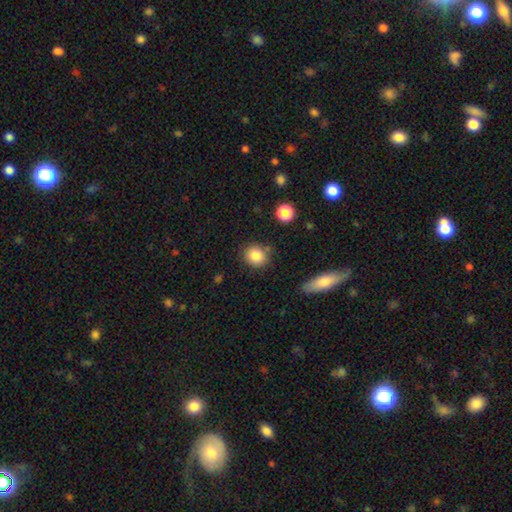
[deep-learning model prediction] A smooth galaxy with no disk features (84%) that is round (77%). Merging: none (80%).